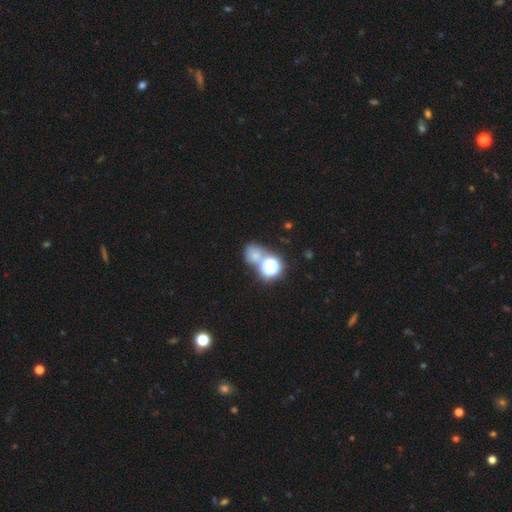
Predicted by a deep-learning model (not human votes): smooth 55%, star or artifact 34%, featured or disk 11%. Down the decision tree: how rounded — round (65%); merging — none (48%).